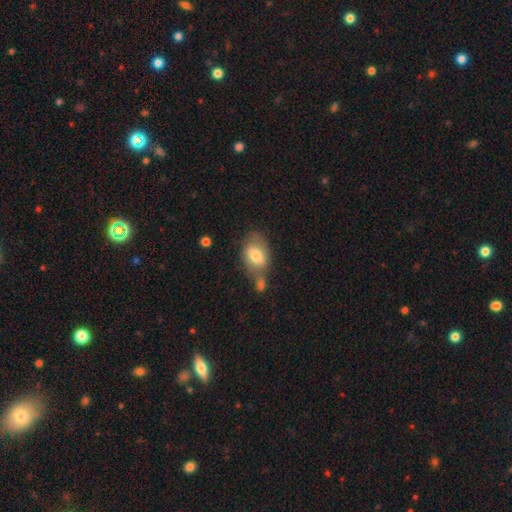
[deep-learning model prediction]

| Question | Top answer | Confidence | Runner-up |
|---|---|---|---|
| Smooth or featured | smooth | 71% | featured or disk (22%) |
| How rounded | in between | 86% | round (13%) |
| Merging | none | 45% | merger (29%) |